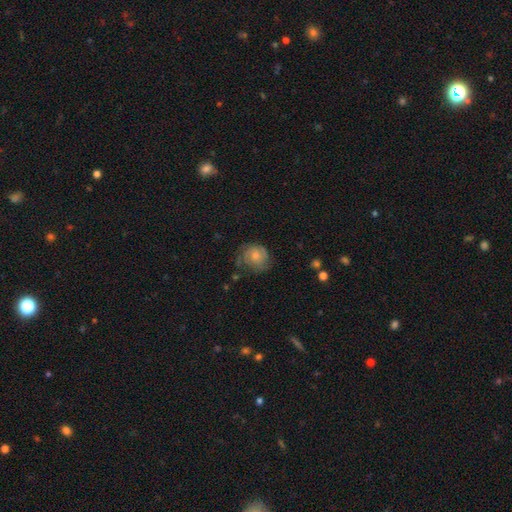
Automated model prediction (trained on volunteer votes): The model was most divided on "smooth or featured": featured or disk: 46%, smooth: 45%, star or artifact: 8%. More confident: merging — none (58%).